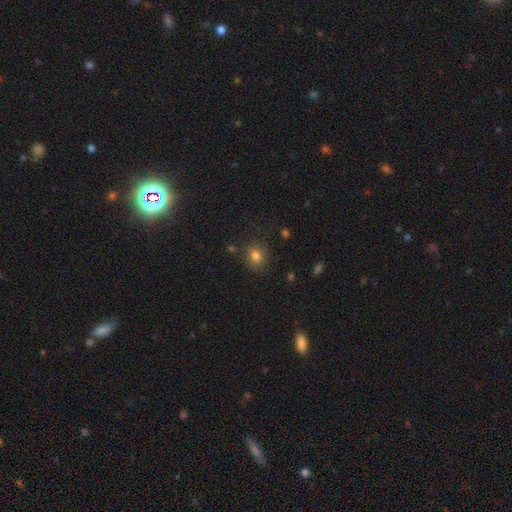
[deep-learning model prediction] A smooth galaxy with no disk features (80%) that is round (62%). Merging: none (82%).